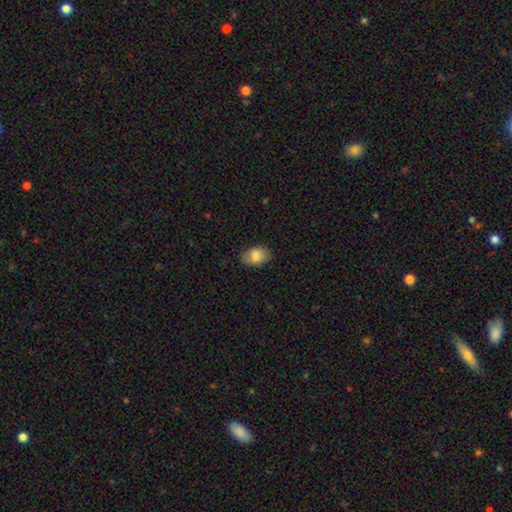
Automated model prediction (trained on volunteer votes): Smooth or featured? smooth (83%)
How rounded? in between (84%)
Merging? none (83%)